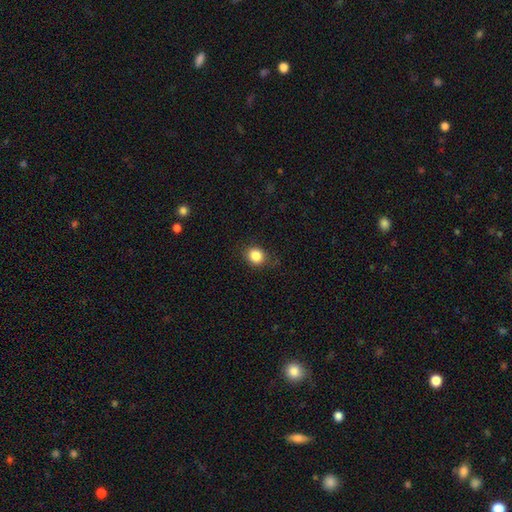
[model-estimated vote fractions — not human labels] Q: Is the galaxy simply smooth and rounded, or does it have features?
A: smooth — 85%.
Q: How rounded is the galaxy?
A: round — 74%.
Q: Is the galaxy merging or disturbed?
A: none — 82%.